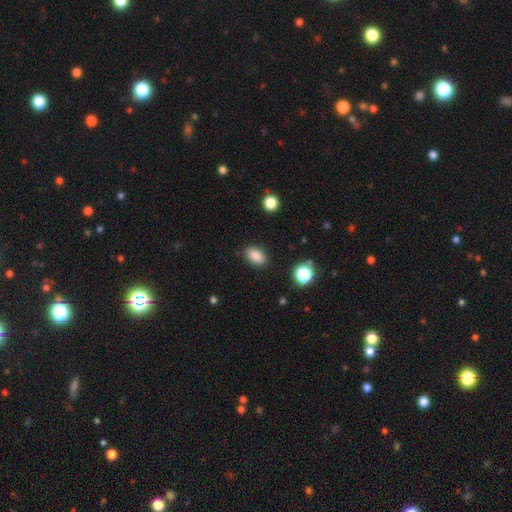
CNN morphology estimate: smooth-or-featured: smooth: 86% | star or artifact: 10% | featured or disk: 4%
  how-rounded: in between: 87% | round: 11% | cigar-shaped: 2%
  merging: none: 87% | minor disturbance: 9% | major disturbance: 3% | merger: 1%